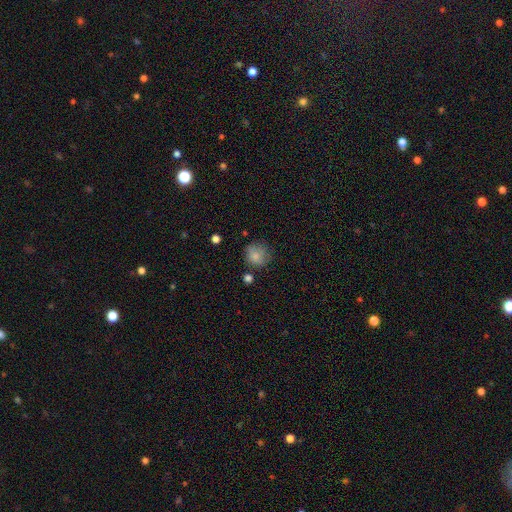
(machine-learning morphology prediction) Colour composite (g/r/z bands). It shows a smooth galaxy with no disk features (79%) that is round (84%). Merging: none (65%).